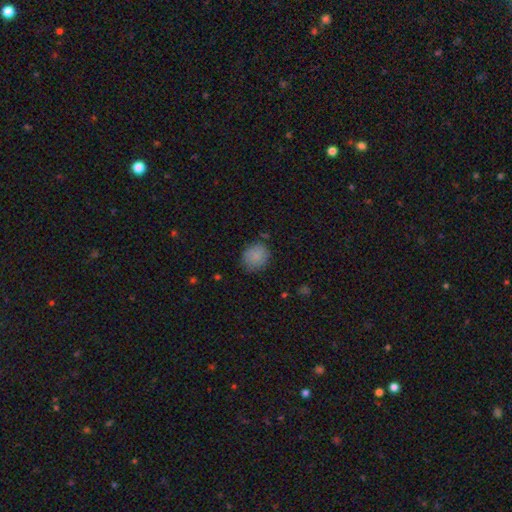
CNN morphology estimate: This appears to be a smooth galaxy with no disk features (83%) that is round (75%). Merging: none (77%).